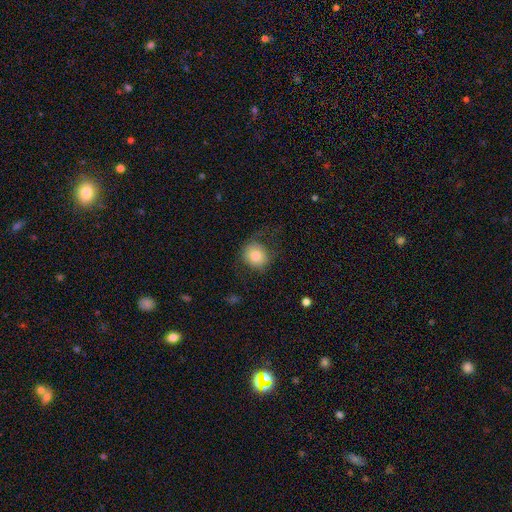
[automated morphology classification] type=smooth (79%); roundness=round (83%); merging=none (61%).